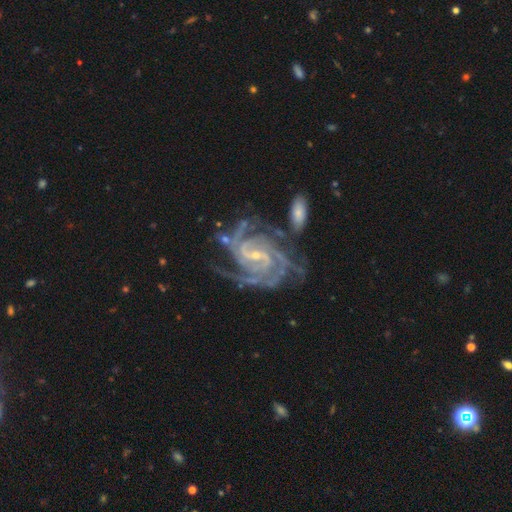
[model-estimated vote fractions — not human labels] Overall: featured or disk (92%). Edge-on disk: no (98%). Bar: weak (47%; strong 28%). Spiral arms: yes (99%). Spiral arm count: 3 (27%; 2 24%). Spiral winding: tight (63%; medium 32%). Bulge size: small (76%). Merging: none (57%; minor disturbance 20%).